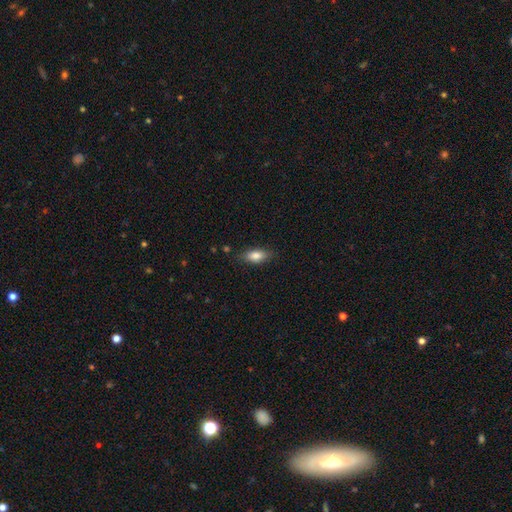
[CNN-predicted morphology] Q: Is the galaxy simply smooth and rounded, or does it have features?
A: smooth — 82%.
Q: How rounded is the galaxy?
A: in between — 83%.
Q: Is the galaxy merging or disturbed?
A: none — 81%.